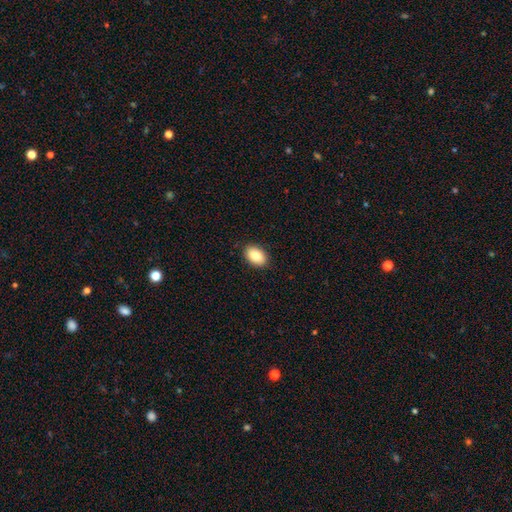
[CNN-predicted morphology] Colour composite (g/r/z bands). It shows a smooth galaxy with no disk features (85%) that is in between round and cigar-shaped (87%). Merging: none (89%).